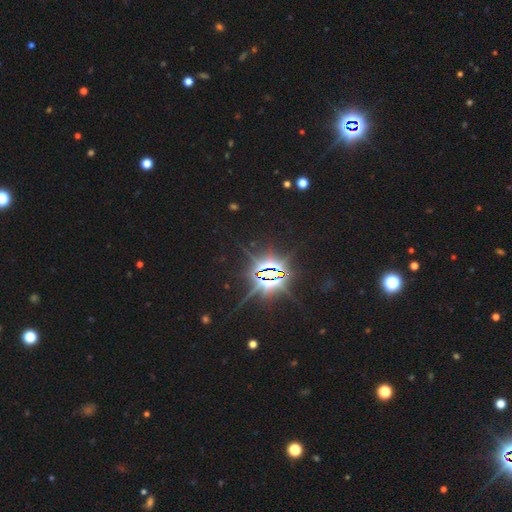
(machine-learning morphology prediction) A star or artifact, not a galaxy (86%).

Vote fractions:
- Smooth or featured? star or artifact: 86% / smooth: 8% / featured or disk: 6%